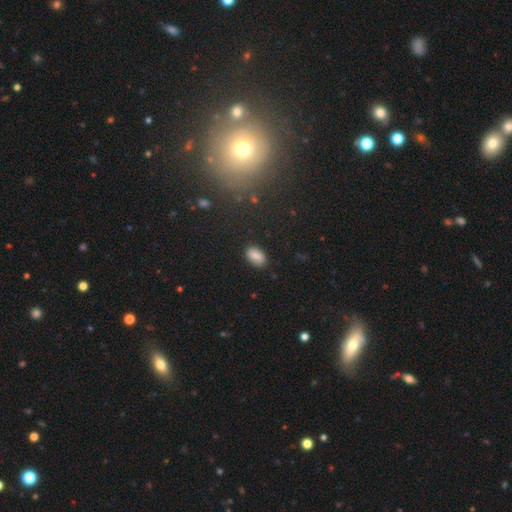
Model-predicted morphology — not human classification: Smooth or featured? Predicted: smooth (p=0.85). How rounded? Predicted: in between (p=0.91). Merging? Predicted: none (p=0.84).